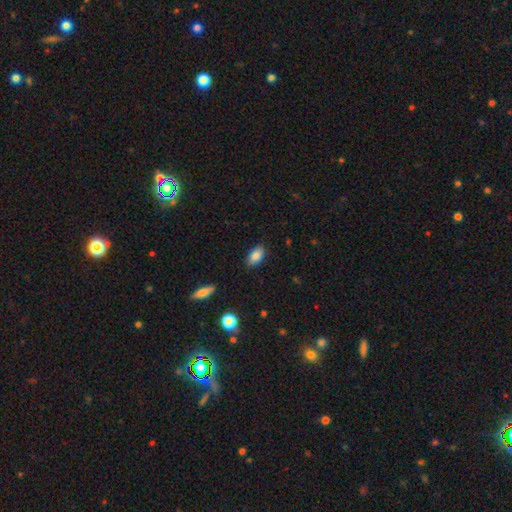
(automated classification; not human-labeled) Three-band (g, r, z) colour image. It shows a smooth galaxy with no disk features (85%) that is in between round and cigar-shaped (91%). Merging: none (85%).